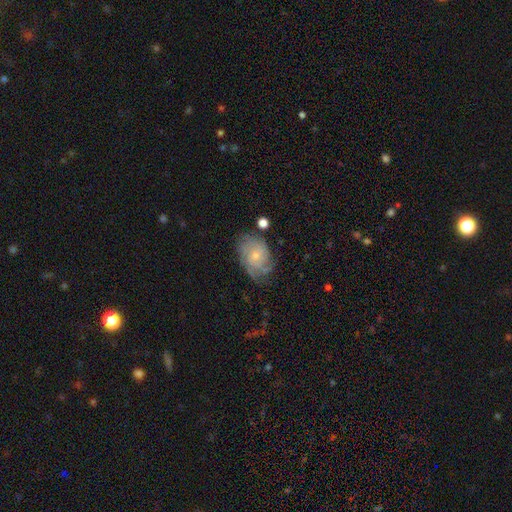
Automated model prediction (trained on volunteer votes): A featured or disk galaxy (73%) with no bar (74%), tight (59%) spiral arms (91%) and a small central bulge (69%).

Vote fractions:
- Smooth or featured? featured or disk: 73% / smooth: 20% / star or artifact: 8%
- Edge-on disk? no: 97% / yes: 3%
- Bar? no: 74% / weak: 23% / strong: 3%
- Spiral arms? yes: 91% / no: 9%
- Spiral winding? tight: 59% / medium: 31% / loose: 10%
- Spiral arm count? can't tell: 42% / 3: 18% / 2: 15% / 4: 14% / more than 4: 6% / 1: 6%
- Bulge size? small: 69% / moderate: 26% / none: 3% / large: 1% / dominant: 1%
- Merging? none: 64% / minor disturbance: 23% / major disturbance: 10% / merger: 3%